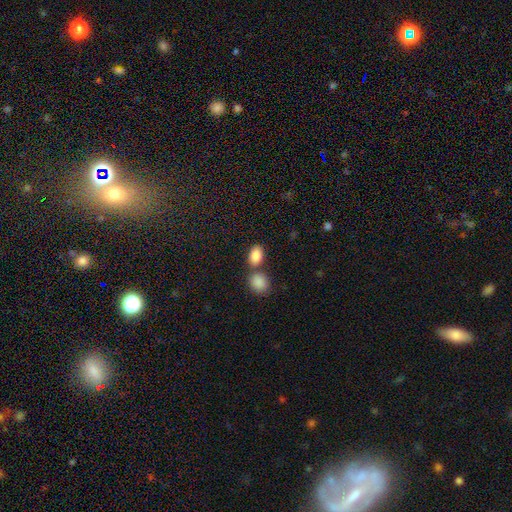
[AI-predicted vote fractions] The model was most divided on "merging": none: 60%, merger: 27%, minor disturbance: 10%, major disturbance: 3%. More confident: smooth or featured — smooth (87%); how rounded — in between (82%).